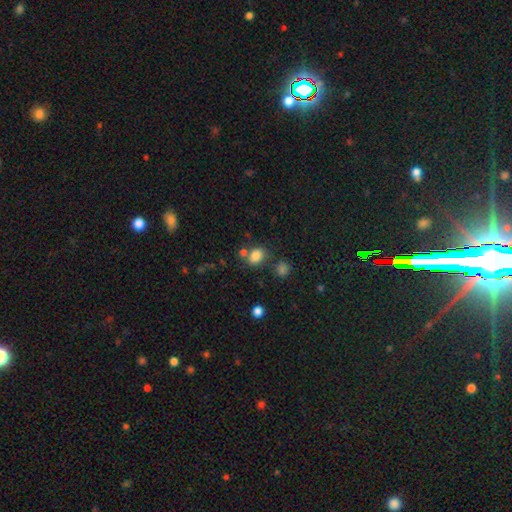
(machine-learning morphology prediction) Smooth or featured? Predicted: smooth (p=0.81). How rounded? Predicted: in between (p=0.55). Merging? Predicted: none (p=0.62).